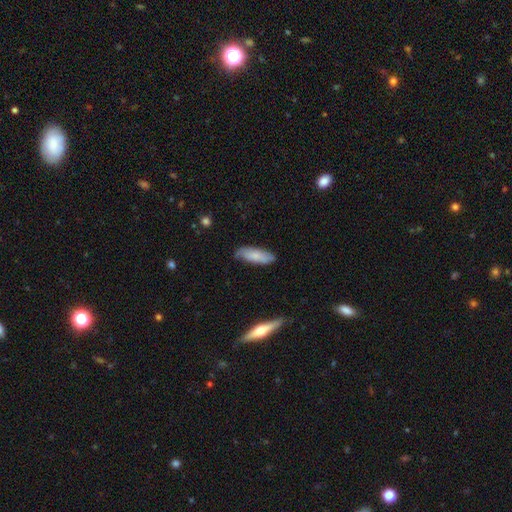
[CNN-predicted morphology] smooth 72%, featured or disk 22%, star or artifact 6%. Down the decision tree: how rounded — in between (58%); merging — none (73%).